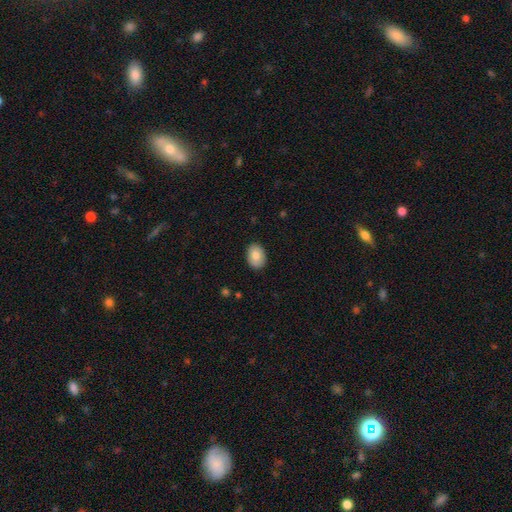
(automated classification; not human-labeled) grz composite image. It shows a smooth galaxy with no disk features (82%) that is in between round and cigar-shaped (77%). Merging: none (88%).